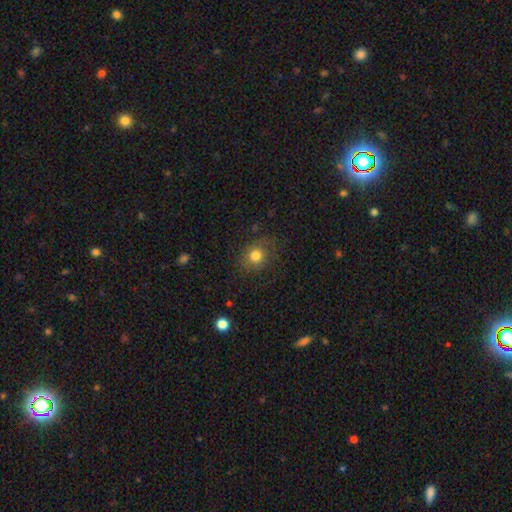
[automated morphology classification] Smooth or featured? smooth (77%)
How rounded? round (78%)
Merging? none (78%)